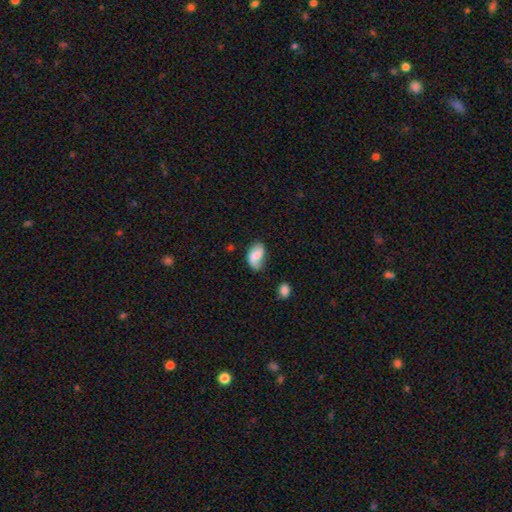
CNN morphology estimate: Smooth or featured? smooth (61%)
How rounded? in between (91%)
Merging? none (50%)